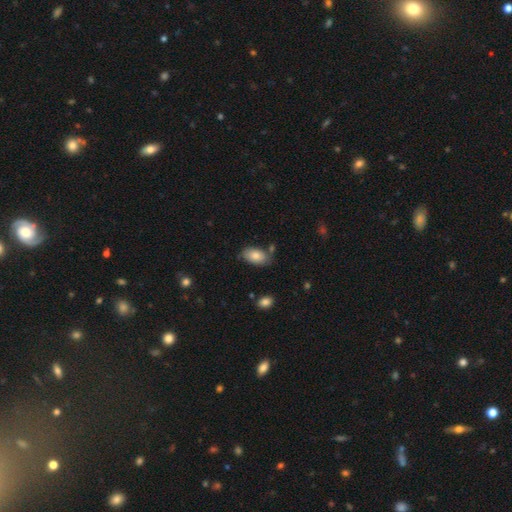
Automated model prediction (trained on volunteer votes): This is clearly a smooth galaxy (83%). How rounded: clearly in between (94%). Merging: likely none (73%).